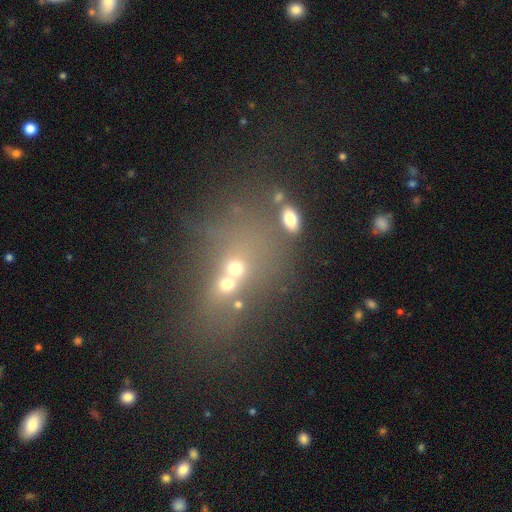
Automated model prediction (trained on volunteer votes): Smooth or featured?
  - star or artifact: 40% *
  - smooth: 38%
  - featured or disk: 23%